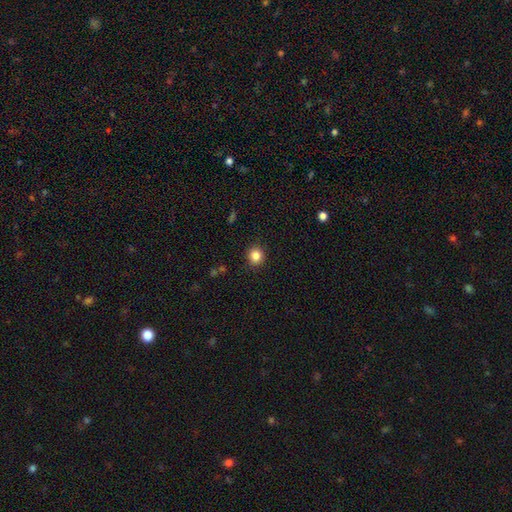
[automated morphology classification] Q: Smooth or featured?
A: smooth (84%); runner-up: star or artifact (11%)
Q: How rounded?
A: round (89%); runner-up: in between (10%)
Q: Merging?
A: none (90%); runner-up: minor disturbance (6%)